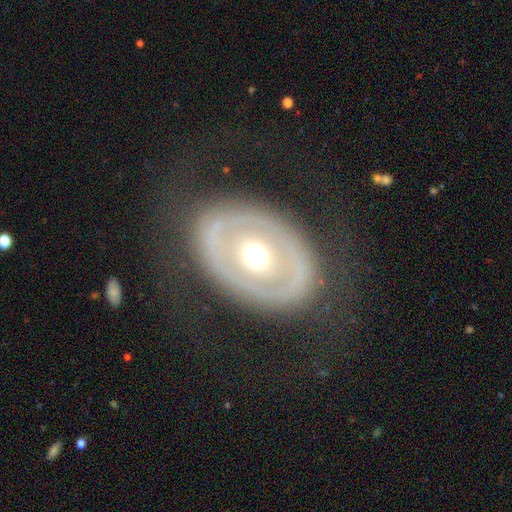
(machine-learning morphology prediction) A featured or disk galaxy (68%) with no bar (80%), no spiral arms (80%) and a moderate central bulge (70%).

Vote fractions:
- Smooth or featured? featured or disk: 68% / smooth: 26% / star or artifact: 6%
- Edge-on disk? no: 92% / yes: 8%
- Bar? no: 80% / weak: 12% / strong: 8%
- Spiral arms? no: 80% / yes: 20%
- Bulge size? moderate: 70% / large: 17% / small: 9% / dominant: 2% / none: 1%
- Merging? none: 77% / minor disturbance: 13% / major disturbance: 9% / merger: 1%